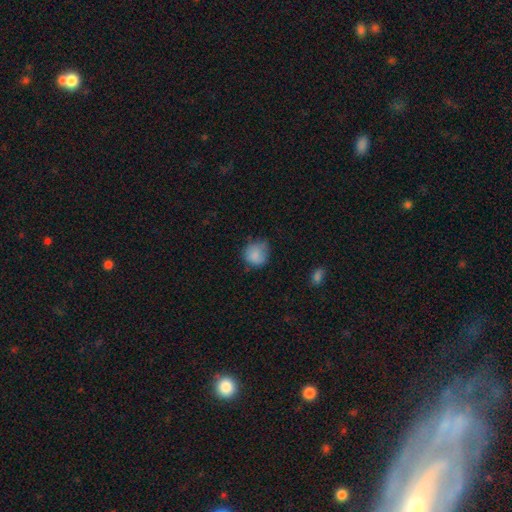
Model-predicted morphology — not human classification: Overall: smooth (82%). How rounded: round (79%). Merging: none (56%; minor disturbance 32%).